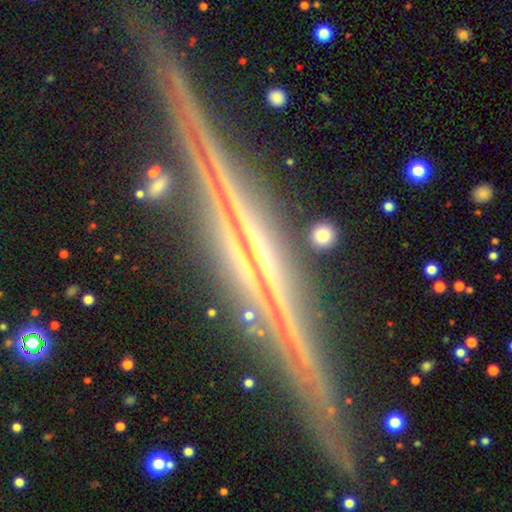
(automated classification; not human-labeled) Overall: featured or disk (86%). Edge-on disk: yes (98%). Edge-on bulge: rounded (54%; none 28%). Merging: none (89%).